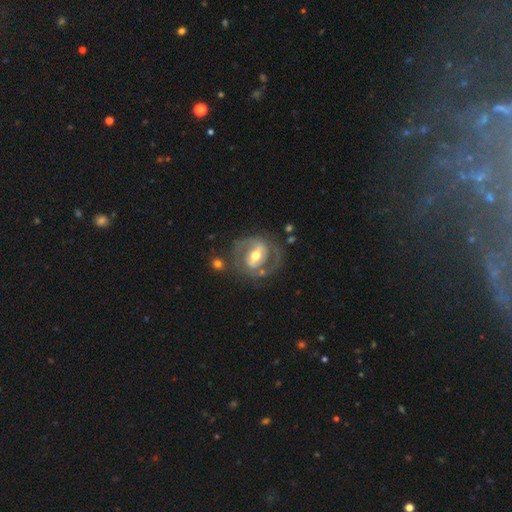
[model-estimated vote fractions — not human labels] smooth_or_featured: featured or disk (p=0.77) [alt: smooth p=0.18]
disk_edge_on: no (p=0.96) [alt: yes p=0.04]
bar: strong (p=0.41) [alt: weak p=0.37]
has_spiral_arms: yes (p=0.71) [alt: no p=0.29]
spiral_winding: medium (p=0.42) [alt: tight p=0.41]
spiral_arm_count: 2 (p=0.76) [alt: can't tell p=0.12]
bulge_size: moderate (p=0.71) [alt: small p=0.14]
merging: none (p=0.67) [alt: minor disturbance p=0.17]